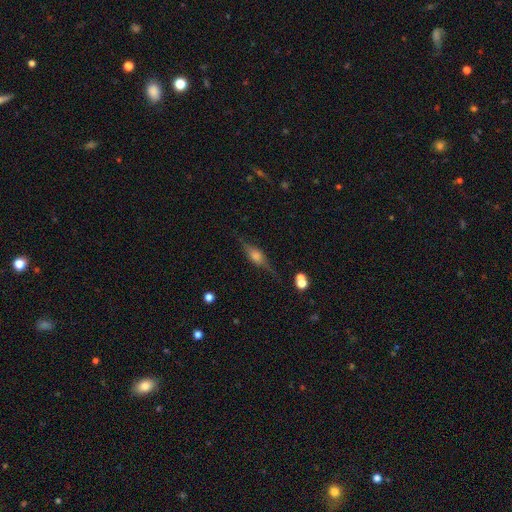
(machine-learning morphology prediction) The model was most divided on "smooth or featured": featured or disk: 69%, smooth: 21%, star or artifact: 10%. More confident: edge-on disk — yes (94%); edge-on bulge — rounded (84%); merging — none (77%).